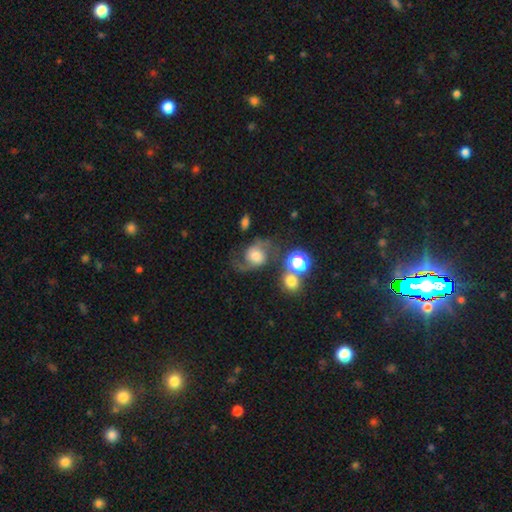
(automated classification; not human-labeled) A featured or disk galaxy (68%) with no bar (64%), 2 (89%) loose (52%) spiral arms (92%) and a moderate central bulge (43%). Merging: none (53%).